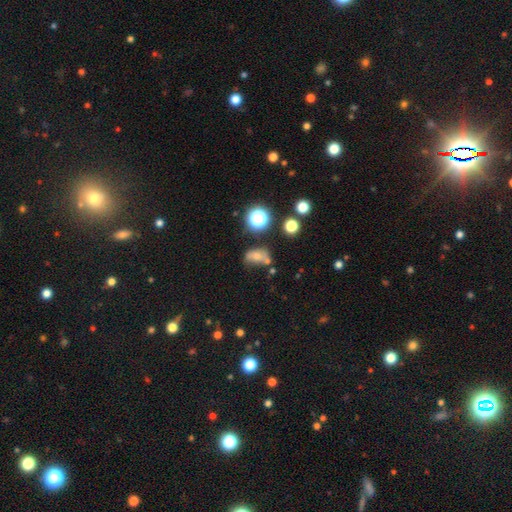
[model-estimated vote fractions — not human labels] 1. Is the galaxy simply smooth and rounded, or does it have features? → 55% smooth, 28% star or artifact, 17% featured or disk.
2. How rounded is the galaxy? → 71% in between, 26% round, 4% cigar-shaped.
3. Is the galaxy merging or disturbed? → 48% none, 24% minor disturbance, 14% merger, 14% major disturbance.